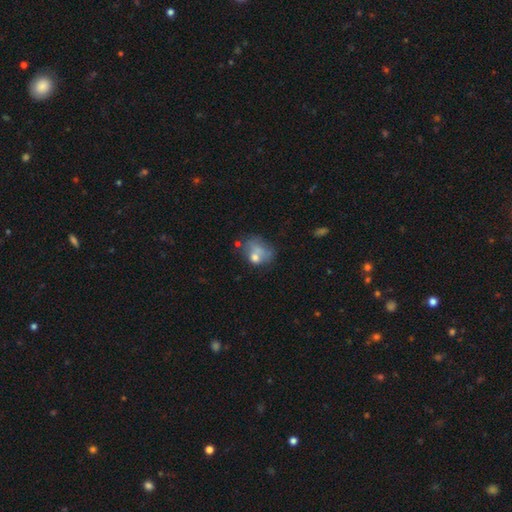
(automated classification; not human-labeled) The model was most divided on "merging": none: 30%, major disturbance: 24%, minor disturbance: 23%, merger: 23%. More confident: how rounded — in between (60%); smooth or featured — smooth (58%).